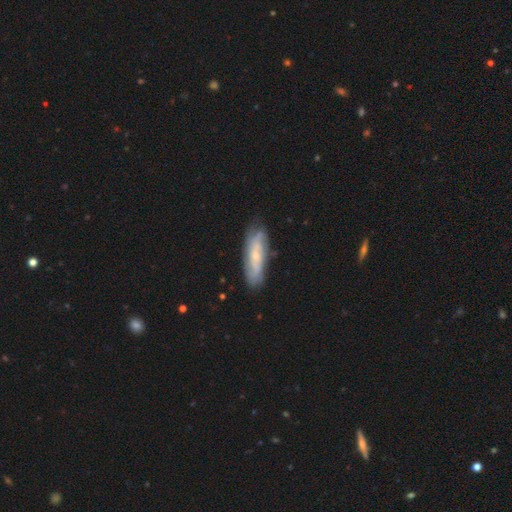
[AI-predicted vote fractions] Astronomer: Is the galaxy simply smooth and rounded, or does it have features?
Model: featured or disk — 57% (runner-up: smooth, 37%).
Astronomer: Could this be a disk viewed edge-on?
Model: no — 72%.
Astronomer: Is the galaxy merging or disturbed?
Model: none — 75%.